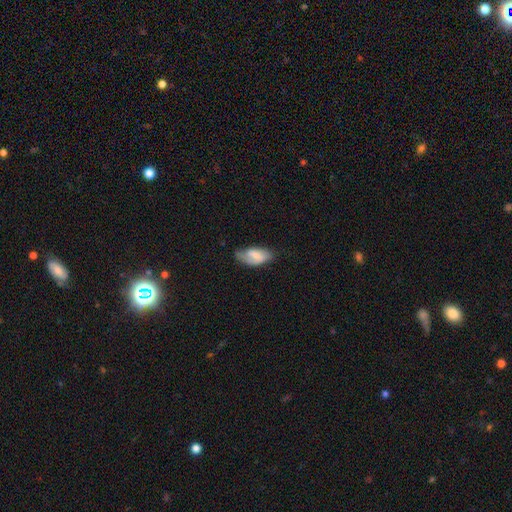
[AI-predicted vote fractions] Smooth or featured?
  - smooth: 55% *
  - featured or disk: 38%
  - star or artifact: 7%
How rounded?
  - in between: 91% *
  - cigar-shaped: 5%
  - round: 4%
Merging?
  - none: 49% *
  - minor disturbance: 35%
  - major disturbance: 13%
  - merger: 2%